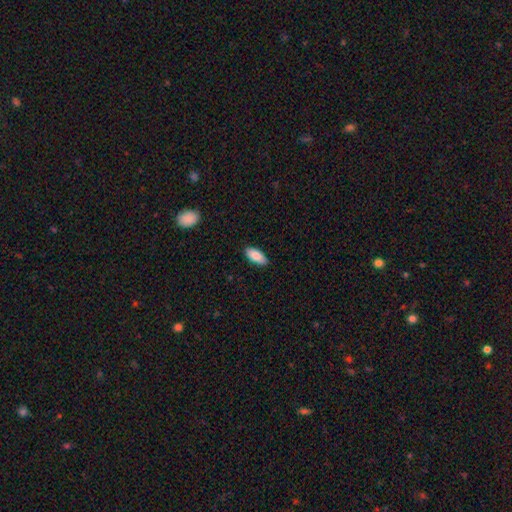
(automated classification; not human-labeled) This appears to be a smooth galaxy with no disk features (86%) that is in between round and cigar-shaped (87%). Merging: none (87%).